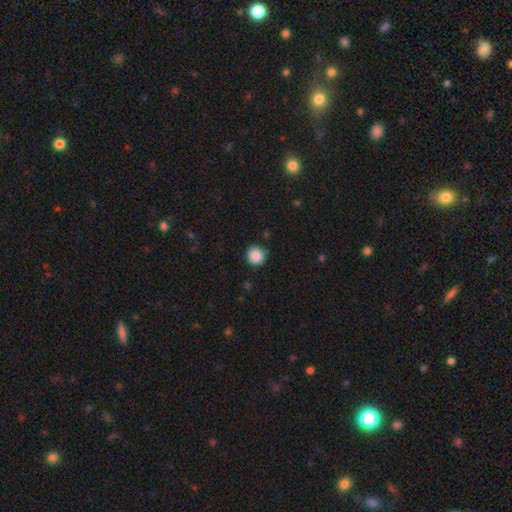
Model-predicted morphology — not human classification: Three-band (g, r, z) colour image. It shows a smooth galaxy with no disk features (88%) that is round (95%). Merging: none (90%).